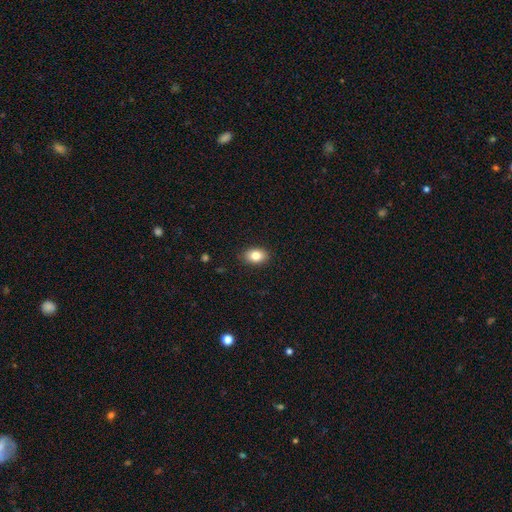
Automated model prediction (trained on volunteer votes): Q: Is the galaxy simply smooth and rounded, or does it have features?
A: smooth — 83%.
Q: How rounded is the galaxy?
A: in between — 83%.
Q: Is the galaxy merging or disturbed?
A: none — 89%.